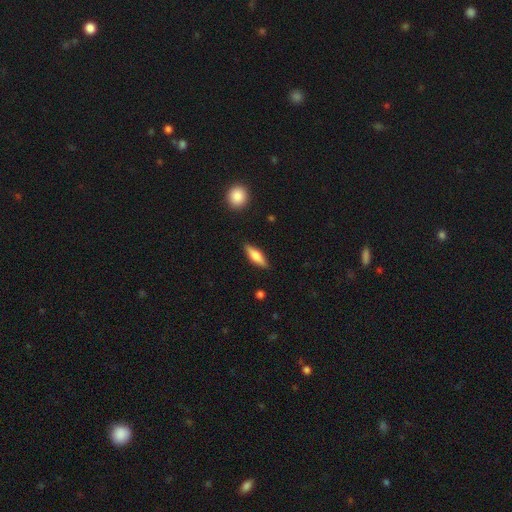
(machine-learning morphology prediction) Q: Smooth or featured?
A: smooth (60%); runner-up: featured or disk (34%)
Q: How rounded?
A: cigar-shaped (53%); runner-up: in between (44%)
Q: Merging?
A: none (87%); runner-up: minor disturbance (9%)